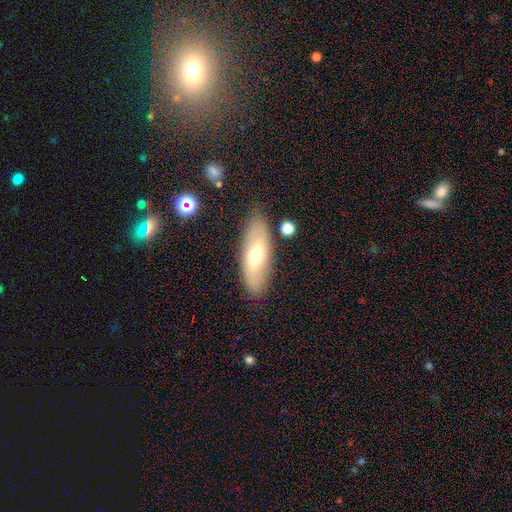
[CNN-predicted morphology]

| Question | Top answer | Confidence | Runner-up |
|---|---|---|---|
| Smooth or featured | smooth | 59% | featured or disk (34%) |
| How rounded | in between | 73% | cigar-shaped (24%) |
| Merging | none | 84% | minor disturbance (11%) |